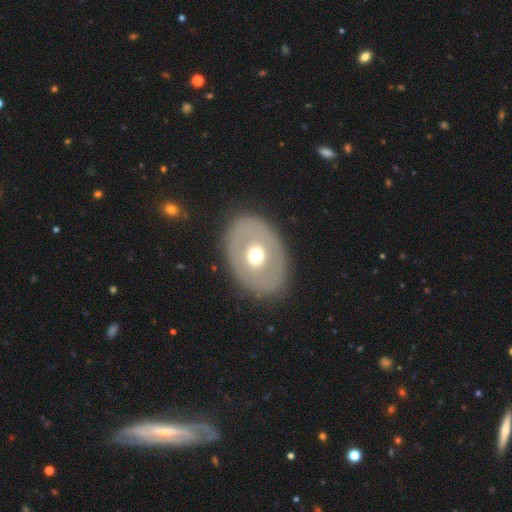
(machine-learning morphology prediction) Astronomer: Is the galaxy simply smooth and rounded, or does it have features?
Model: featured or disk — 47% (runner-up: smooth, 46%).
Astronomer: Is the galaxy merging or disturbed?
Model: none — 84%.